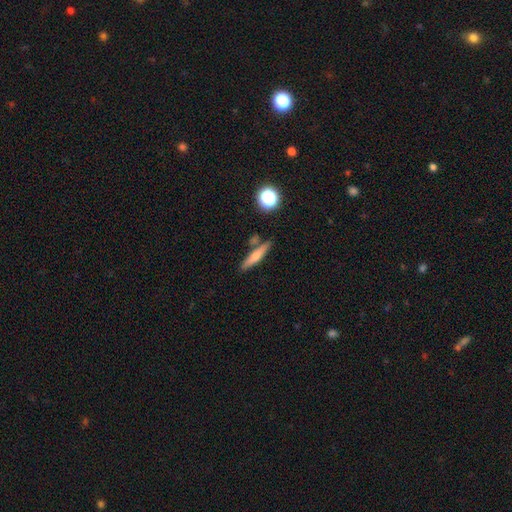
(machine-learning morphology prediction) This is likely a smooth galaxy (61%). How rounded: clearly cigar-shaped (86%). Merging: likely none (77%).